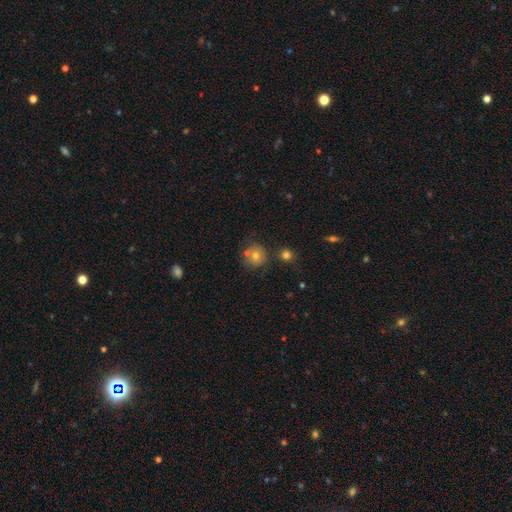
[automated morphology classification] A smooth galaxy with no disk features (68%) that is round (89%). Merging: none (68%).